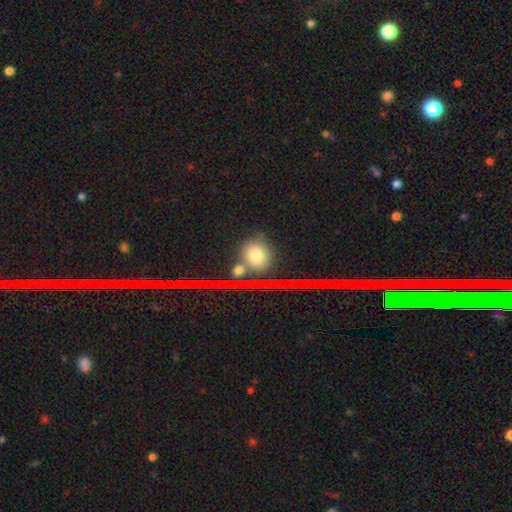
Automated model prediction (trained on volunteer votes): A smooth galaxy with no disk features (71%) that is round (81%). Merging: none (73%).